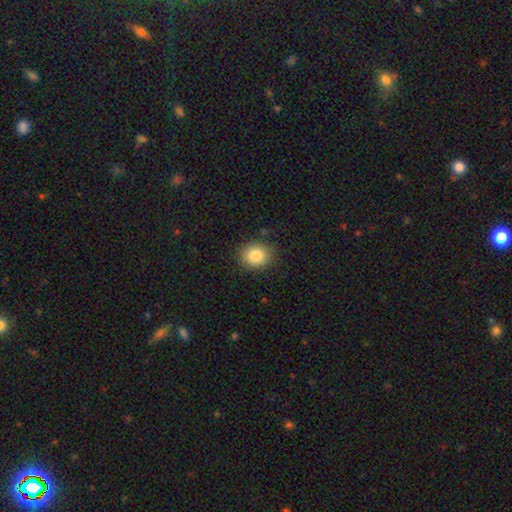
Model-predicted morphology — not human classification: The model was most divided on "how rounded": round: 74%, in between: 25%, cigar-shaped: 1%. More confident: merging — none (86%); smooth or featured — smooth (84%).